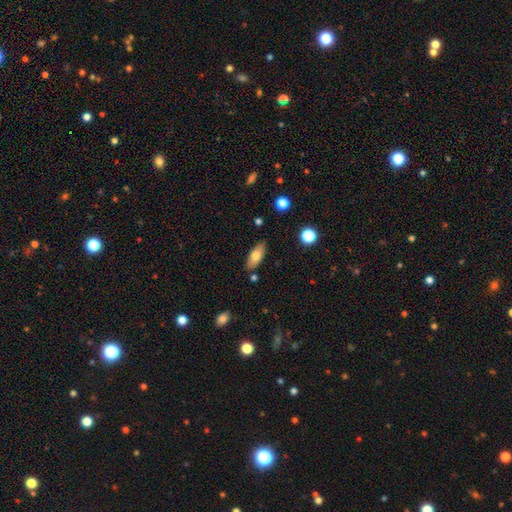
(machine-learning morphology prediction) Smooth or featured? Predicted: smooth (p=0.72). How rounded? Predicted: in between (p=0.80). Merging? Predicted: none (p=0.83).